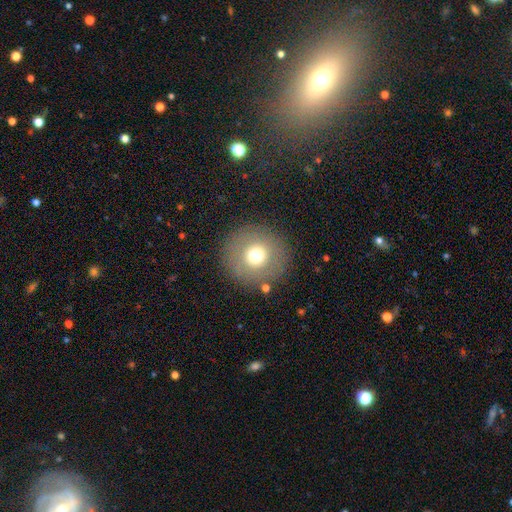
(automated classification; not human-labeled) Overall: smooth (69%). How rounded: round (95%). Merging: none (87%).